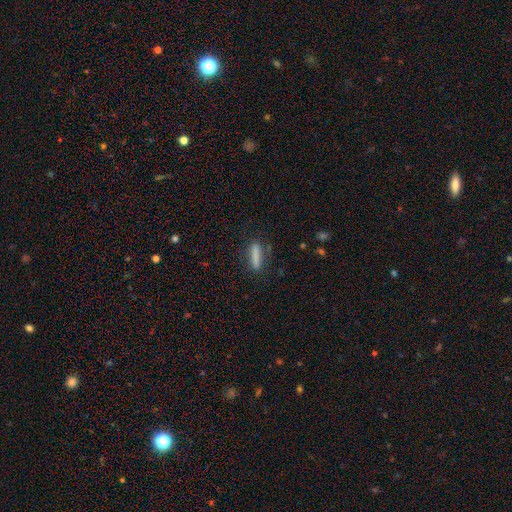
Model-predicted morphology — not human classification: Overall: smooth (79%). How rounded: cigar-shaped (79%). Merging: none (81%).